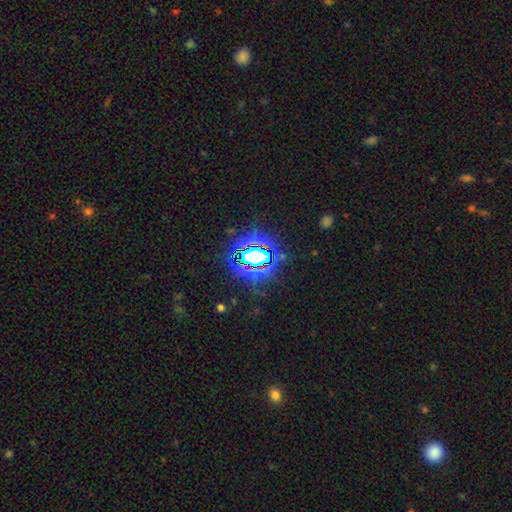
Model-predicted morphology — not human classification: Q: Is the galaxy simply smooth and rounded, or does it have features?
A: star or artifact — 72%.